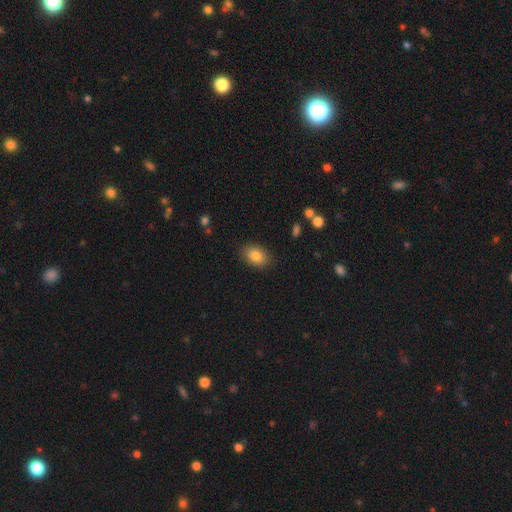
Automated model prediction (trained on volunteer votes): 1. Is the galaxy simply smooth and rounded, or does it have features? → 84% smooth, 8% featured or disk, 8% star or artifact.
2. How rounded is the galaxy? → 83% in between, 15% round, 1% cigar-shaped.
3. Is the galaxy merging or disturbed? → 86% none, 10% minor disturbance, 3% major disturbance, 1% merger.